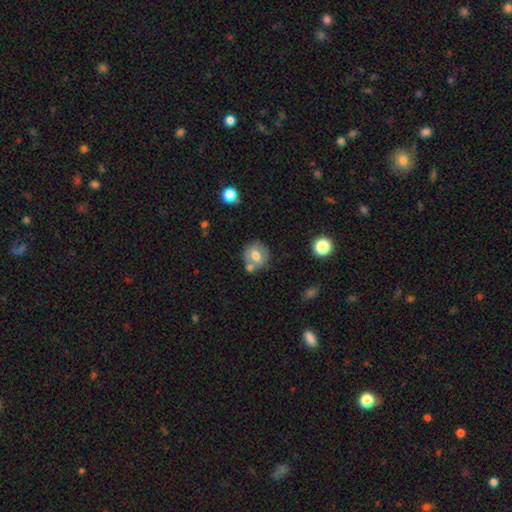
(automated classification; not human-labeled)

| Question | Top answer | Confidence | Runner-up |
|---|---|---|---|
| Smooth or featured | smooth | 67% | featured or disk (24%) |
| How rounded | round | 81% | in between (18%) |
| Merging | none | 66% | merger (18%) |